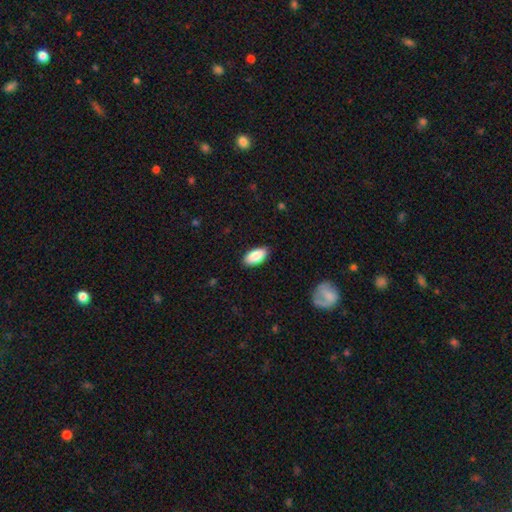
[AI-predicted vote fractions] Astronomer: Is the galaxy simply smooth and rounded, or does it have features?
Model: smooth — 89%.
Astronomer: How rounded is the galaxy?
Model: in between — 94%.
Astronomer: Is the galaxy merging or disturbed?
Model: none — 87%.